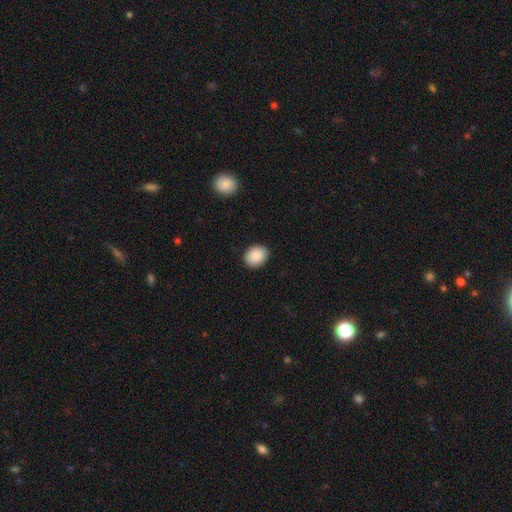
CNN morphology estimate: Smooth or featured: smooth — 89% (star or artifact — 7%)
How rounded: in between — 50% (round — 49%)
Merging: none — 90% (minor disturbance — 7%)